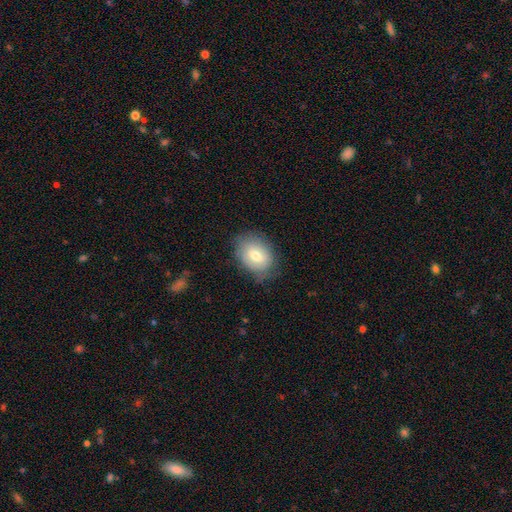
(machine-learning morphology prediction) Overall: smooth (68%). How rounded: in between (66%; round 33%). Merging: none (71%).